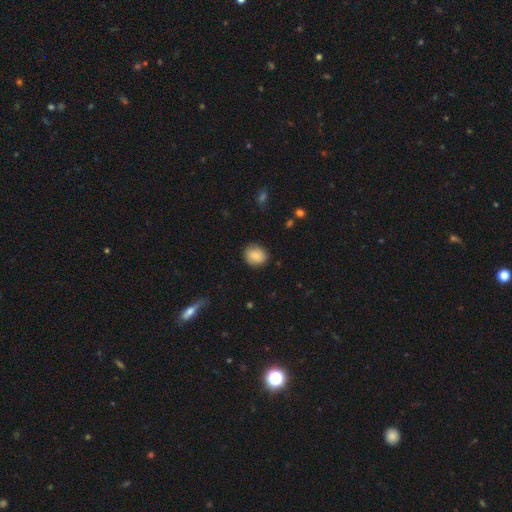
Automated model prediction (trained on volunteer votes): Q: Smooth or featured?
A: smooth (80%); runner-up: featured or disk (12%)
Q: How rounded?
A: round (69%); runner-up: in between (30%)
Q: Merging?
A: none (81%); runner-up: minor disturbance (15%)